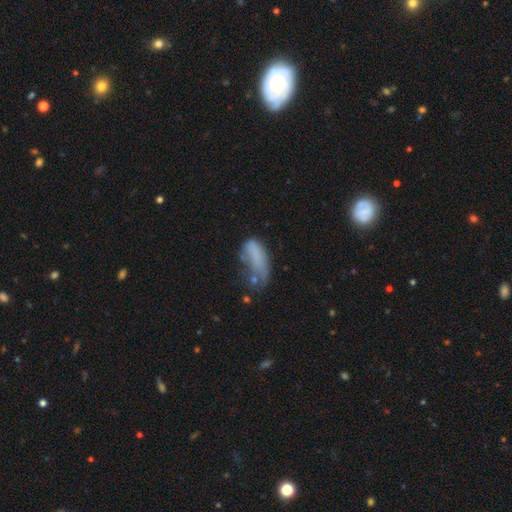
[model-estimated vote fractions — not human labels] Smooth or featured? Predicted: smooth (p=0.64). How rounded? Predicted: in between (p=0.82). Merging? Predicted: major disturbance (p=0.40).